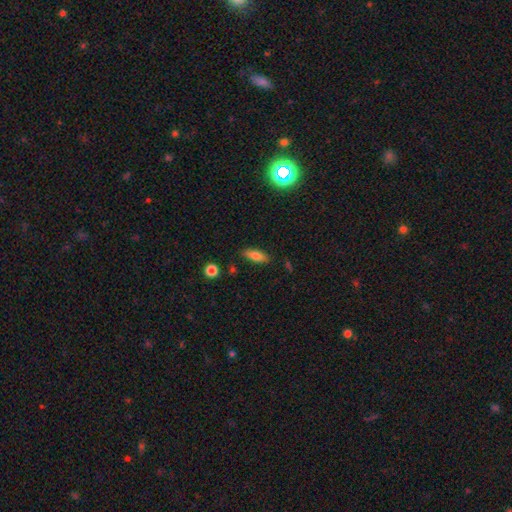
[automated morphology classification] type=smooth (77%); roundness=in between (71%); merging=none (82%).